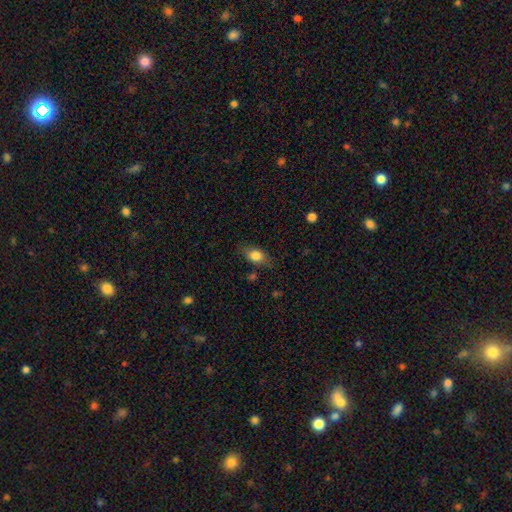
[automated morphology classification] Q: Smooth or featured?
A: smooth (80%); runner-up: featured or disk (11%)
Q: How rounded?
A: in between (79%); runner-up: round (15%)
Q: Merging?
A: none (76%); runner-up: minor disturbance (17%)